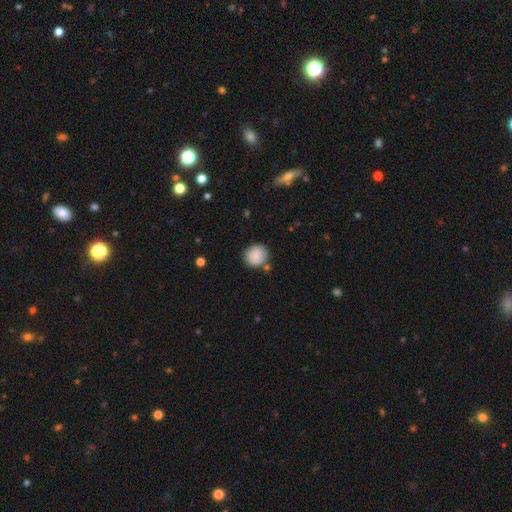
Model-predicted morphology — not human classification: Smooth or featured? Predicted: smooth (p=0.86). How rounded? Predicted: round (p=0.85). Merging? Predicted: none (p=0.77).